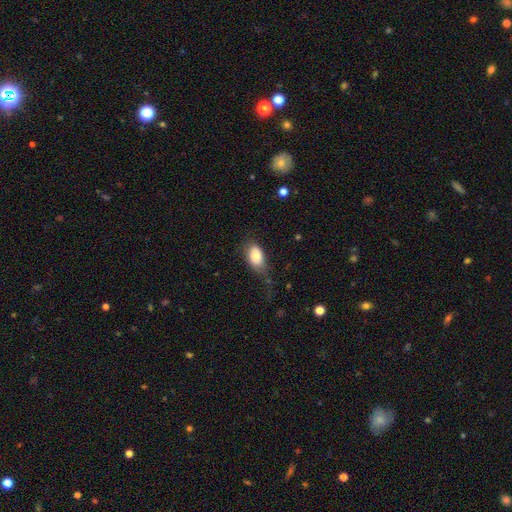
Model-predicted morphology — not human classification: Smooth or featured?
  - smooth: 80% *
  - featured or disk: 13%
  - star or artifact: 7%
How rounded?
  - in between: 90% *
  - round: 8%
  - cigar-shaped: 2%
Merging?
  - none: 50% *
  - minor disturbance: 29%
  - major disturbance: 18%
  - merger: 2%